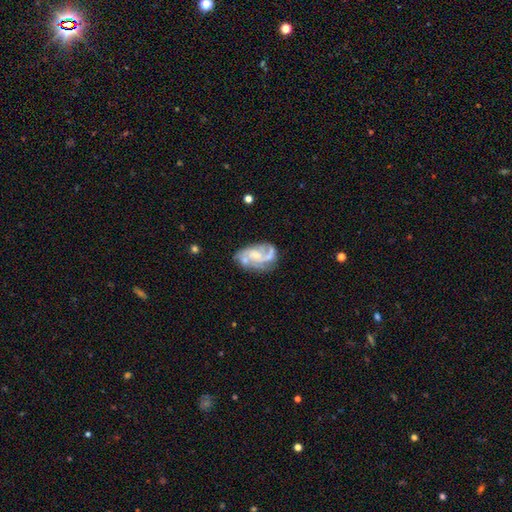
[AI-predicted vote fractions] Smooth or featured? Predicted: featured or disk (p=0.80). Edge-on disk? Predicted: no (p=0.97). Bar? Predicted: no (p=0.60). Spiral arms? Predicted: yes (p=0.88). Spiral winding? Predicted: medium (p=0.46). Spiral arm count? Predicted: 2 (p=0.40). Bulge size? Predicted: small (p=0.51). Merging? Predicted: none (p=0.48).